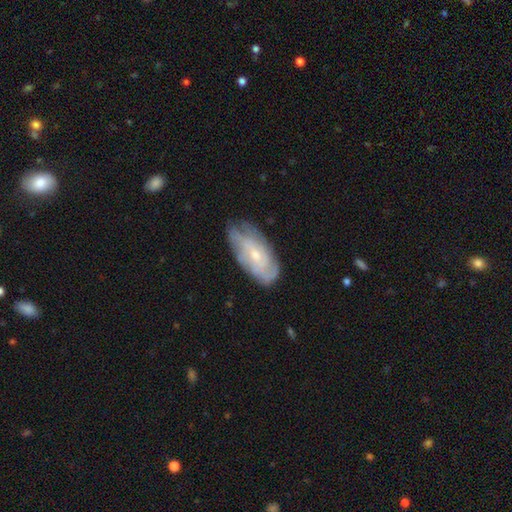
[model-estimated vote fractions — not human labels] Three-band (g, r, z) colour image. It shows a featured or disk galaxy (66%) with no bar (66%), spiral arms (83%) and a small central bulge (60%). Merging: none (70%).